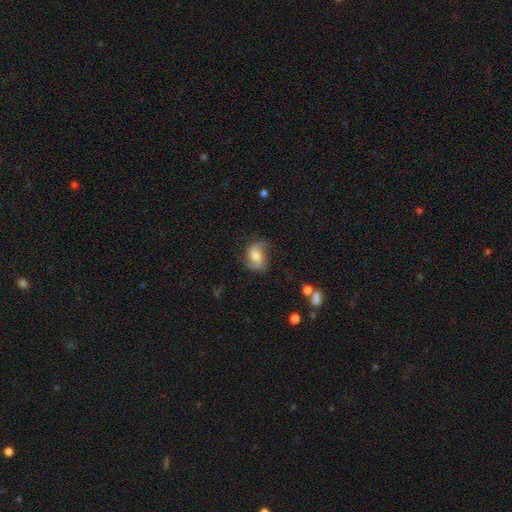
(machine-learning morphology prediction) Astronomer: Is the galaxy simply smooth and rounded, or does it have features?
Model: featured or disk — 68%.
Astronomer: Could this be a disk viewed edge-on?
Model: no — 97%.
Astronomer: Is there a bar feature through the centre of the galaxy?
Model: no — 53% (runner-up: weak, 38%).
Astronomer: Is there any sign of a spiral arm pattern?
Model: yes — 93%.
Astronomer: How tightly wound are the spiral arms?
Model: medium — 44% (runner-up: loose, 41%).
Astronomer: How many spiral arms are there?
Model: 2 — 85%.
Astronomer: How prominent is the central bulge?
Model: moderate — 41% (runner-up: small, 23%).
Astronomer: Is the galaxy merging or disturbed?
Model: none — 65%.